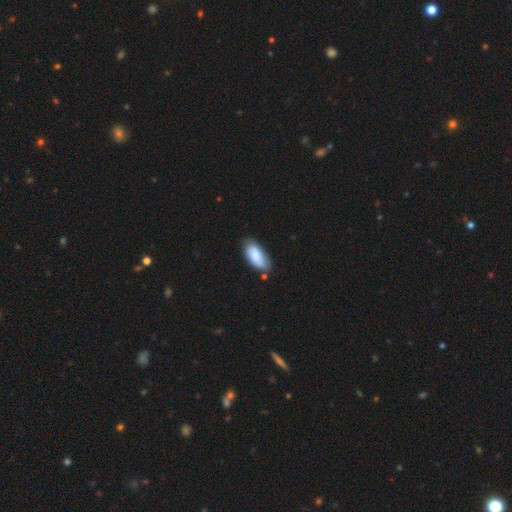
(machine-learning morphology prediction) Q: Smooth or featured?
A: smooth (84%); runner-up: featured or disk (10%)
Q: How rounded?
A: in between (89%); runner-up: cigar-shaped (9%)
Q: Merging?
A: none (70%); runner-up: minor disturbance (22%)